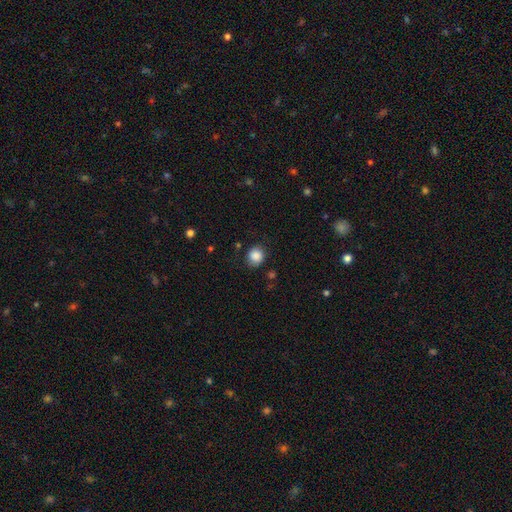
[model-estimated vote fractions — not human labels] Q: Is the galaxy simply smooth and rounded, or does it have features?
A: smooth — 86%.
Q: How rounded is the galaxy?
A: round — 84%.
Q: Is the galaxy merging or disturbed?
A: none — 80%.